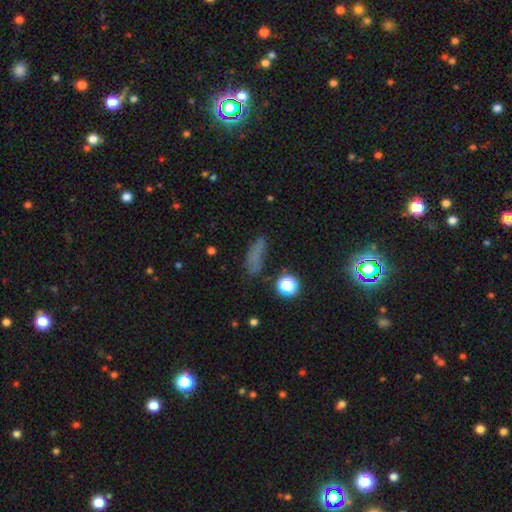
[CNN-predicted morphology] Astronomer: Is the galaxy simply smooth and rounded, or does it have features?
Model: smooth — 63%.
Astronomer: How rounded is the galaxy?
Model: cigar-shaped — 50% (runner-up: in between, 42%).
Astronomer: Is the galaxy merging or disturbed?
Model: none — 64%.